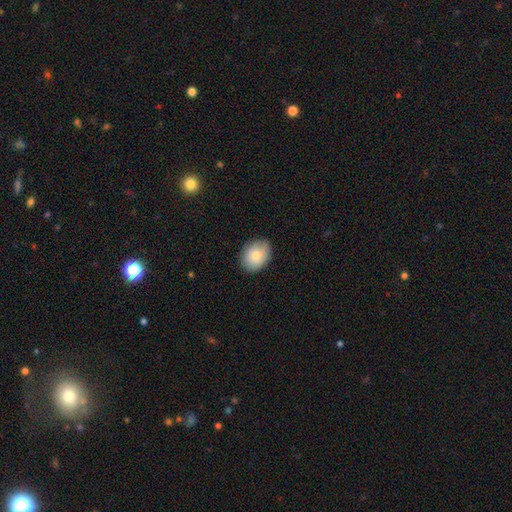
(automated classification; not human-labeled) smooth_or_featured: smooth (p=0.81) [alt: featured or disk p=0.12]
how_rounded: in between (p=0.59) [alt: round p=0.40]
merging: none (p=0.84) [alt: minor disturbance p=0.13]